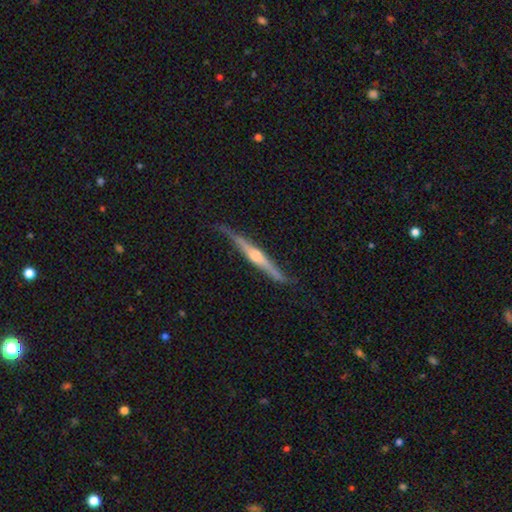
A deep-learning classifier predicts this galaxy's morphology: type=featured or disk (77%); edge-on=yes (97%); edge-on bulge=rounded (82%); merging=none (76%).